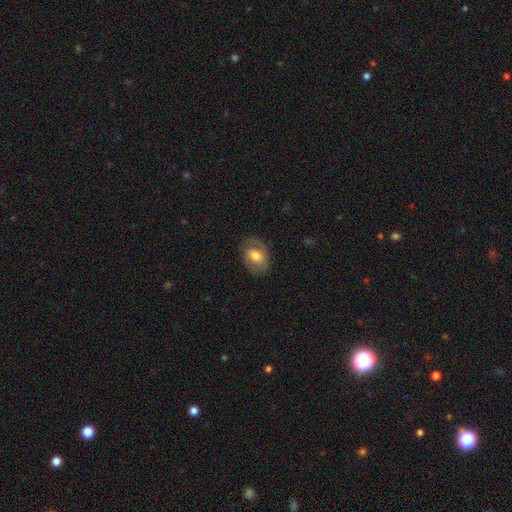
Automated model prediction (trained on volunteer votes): This is possibly a featured or disk galaxy (47%). Merging: likely none (71%).